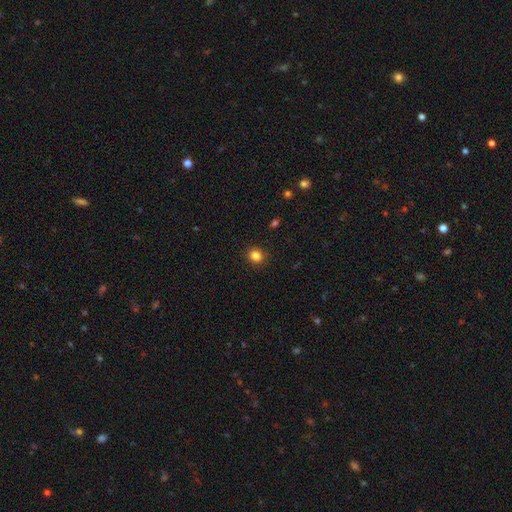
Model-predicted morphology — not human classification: Smooth or featured?
  - smooth: 84% *
  - star or artifact: 12%
  - featured or disk: 4%
How rounded?
  - round: 82% *
  - in between: 17%
  - cigar-shaped: 1%
Merging?
  - none: 91% *
  - minor disturbance: 6%
  - major disturbance: 2%
  - merger: 1%